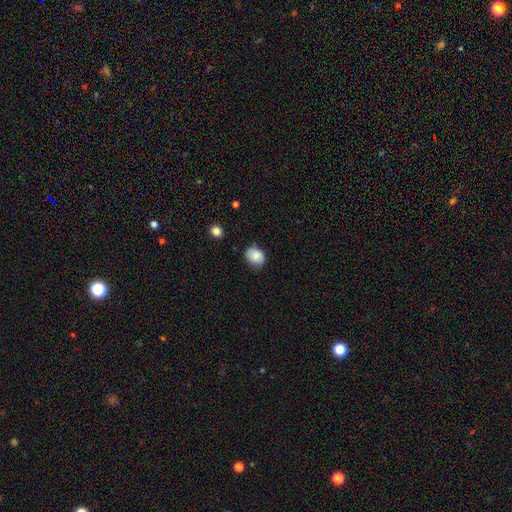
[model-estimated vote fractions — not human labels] A smooth galaxy with no disk features (80%) that is round (56%).

Vote fractions:
- Smooth or featured? smooth: 80% / featured or disk: 11% / star or artifact: 9%
- How rounded? round: 56% / in between: 43% / cigar-shaped: 1%
- Merging? none: 68% / minor disturbance: 25% / major disturbance: 5% / merger: 2%